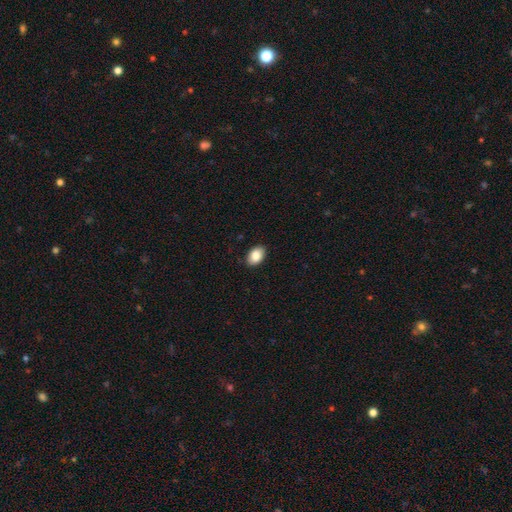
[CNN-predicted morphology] type=smooth (86%); roundness=in between (86%); merging=none (88%).